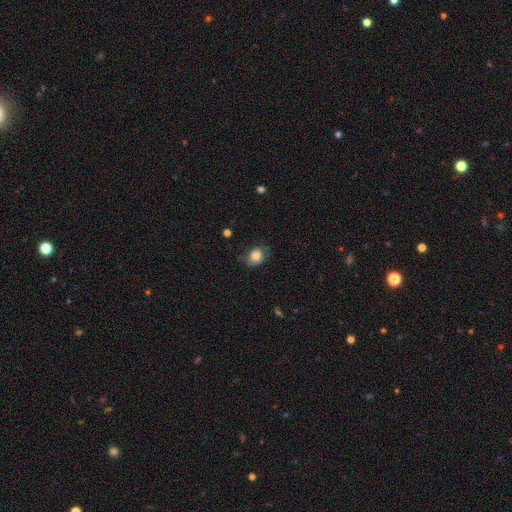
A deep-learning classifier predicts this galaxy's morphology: smooth_or_featured: smooth (p=0.76) [alt: featured or disk p=0.15]
how_rounded: round (p=0.50) [alt: in between p=0.49]
merging: none (p=0.61) [alt: minor disturbance p=0.27]